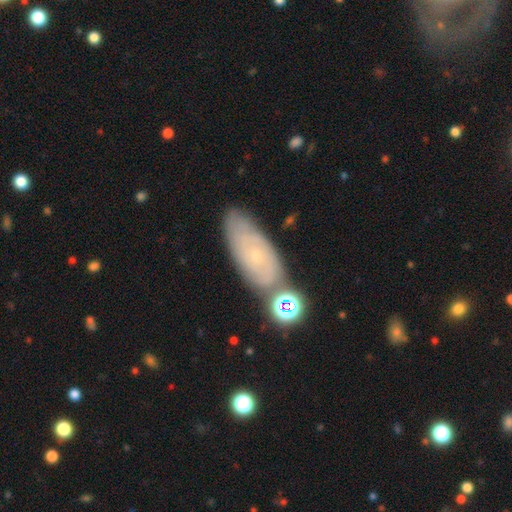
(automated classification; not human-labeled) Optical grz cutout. It shows a featured or disk galaxy (57%). Merging: none (70%).